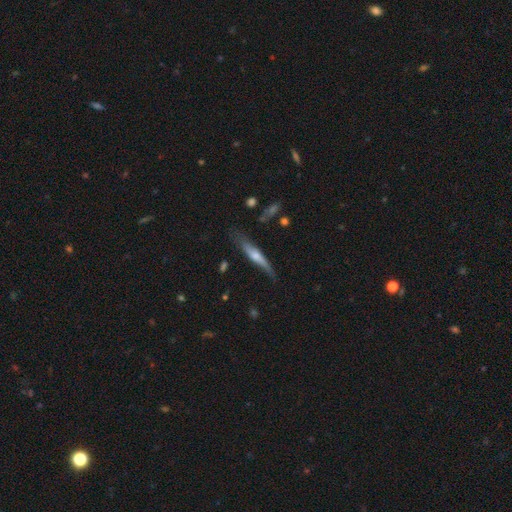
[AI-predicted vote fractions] Smooth or featured? featured or disk (51%)
Edge-on disk? yes (87%)
Merging? none (63%)